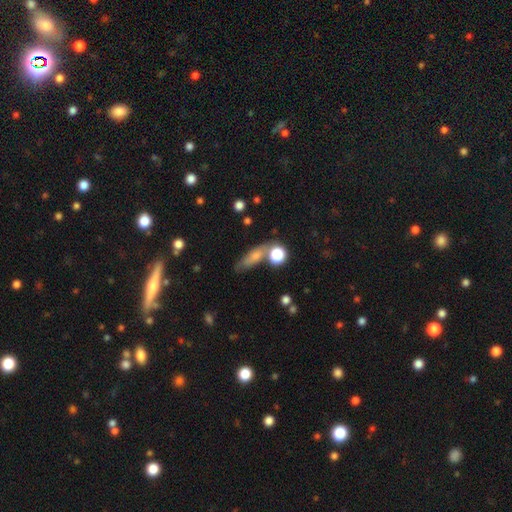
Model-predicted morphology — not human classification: The model was most divided on "how rounded": in between: 45%, cigar-shaped: 42%, round: 13%. More confident: smooth or featured — smooth (69%); merging — none (57%).